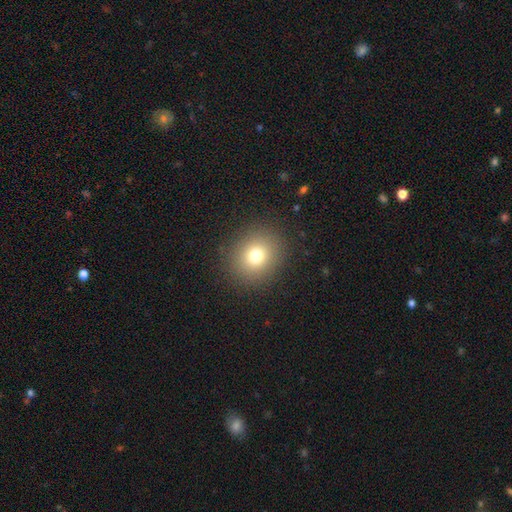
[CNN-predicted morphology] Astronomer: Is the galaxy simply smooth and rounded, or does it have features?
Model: smooth — 75%.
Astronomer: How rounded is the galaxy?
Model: round — 82%.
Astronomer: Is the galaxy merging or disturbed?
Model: none — 89%.